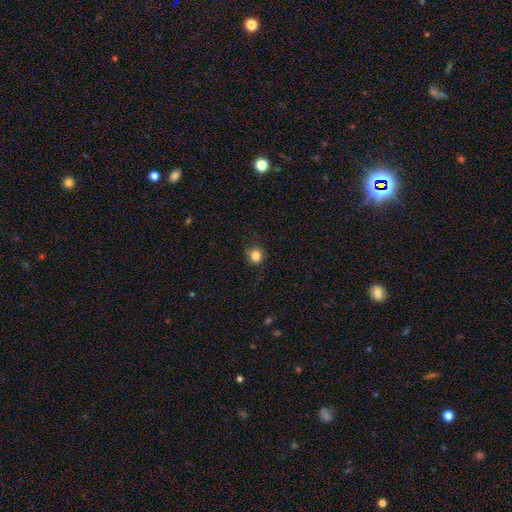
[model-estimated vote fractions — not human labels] Smooth or featured? Predicted: smooth (p=0.84). How rounded? Predicted: round (p=0.89). Merging? Predicted: none (p=0.86).